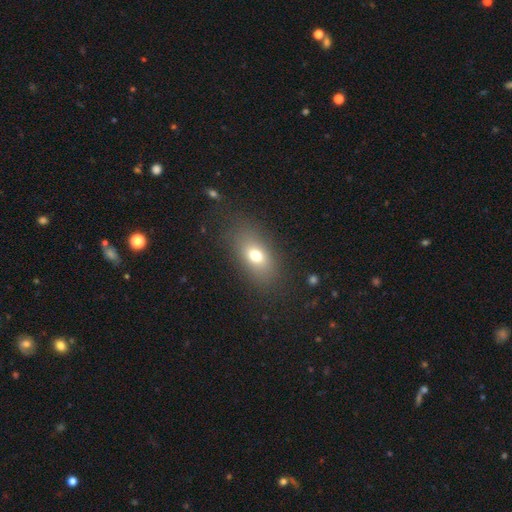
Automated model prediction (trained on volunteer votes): Smooth or featured?
  - smooth: 71% *
  - featured or disk: 16%
  - star or artifact: 13%
How rounded?
  - in between: 80% *
  - round: 16%
  - cigar-shaped: 4%
Merging?
  - none: 80% *
  - minor disturbance: 12%
  - major disturbance: 7%
  - merger: 1%